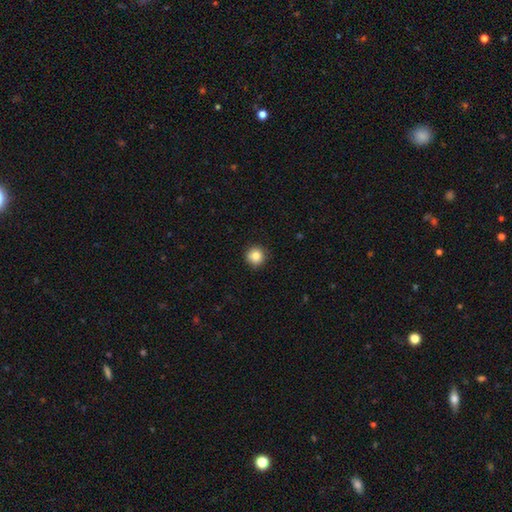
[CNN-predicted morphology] smooth 84%, star or artifact 10%, featured or disk 6%. Down the decision tree: how rounded — round (94%); merging — none (90%).